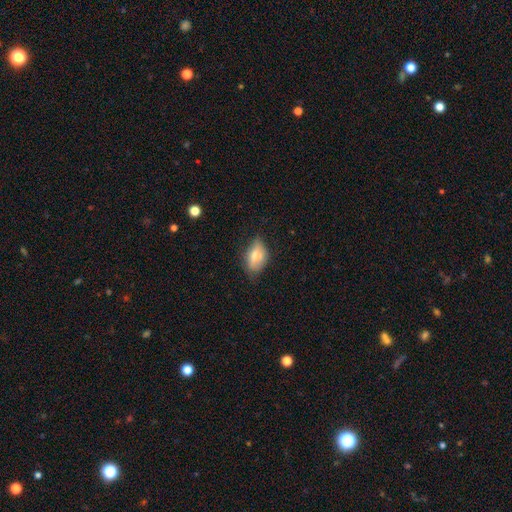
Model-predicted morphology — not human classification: Smooth or featured: smooth — 68% (featured or disk — 24%)
How rounded: in between — 86% (round — 10%)
Merging: none — 62% (minor disturbance — 29%)